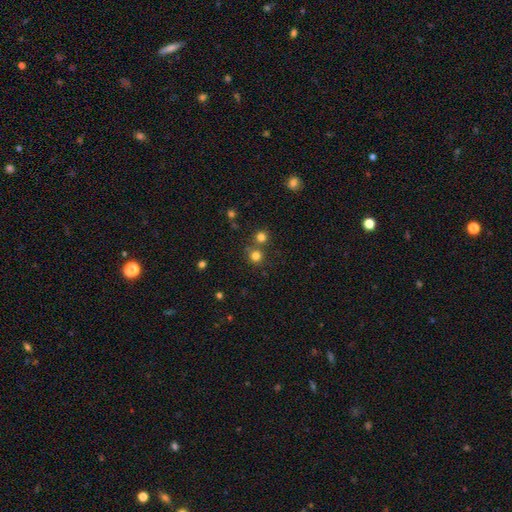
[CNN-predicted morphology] Smooth or featured?
  - smooth: 76% *
  - star or artifact: 18%
  - featured or disk: 6%
How rounded?
  - round: 92% *
  - in between: 7%
  - cigar-shaped: 1%
Merging?
  - none: 69% *
  - merger: 22%
  - minor disturbance: 7%
  - major disturbance: 3%